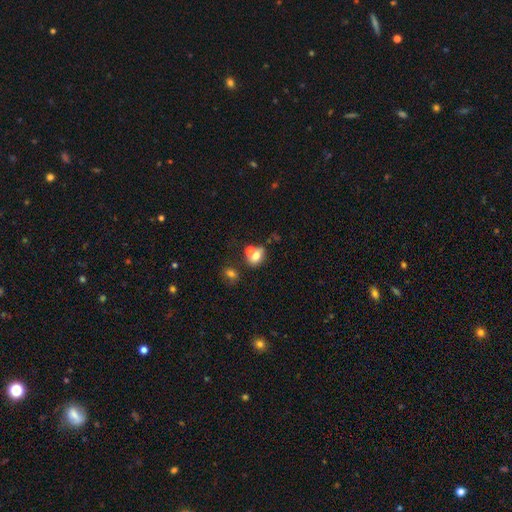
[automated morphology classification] This is likely a smooth galaxy (67%). How rounded: likely in between (60%). Merging: possibly merger (49%).